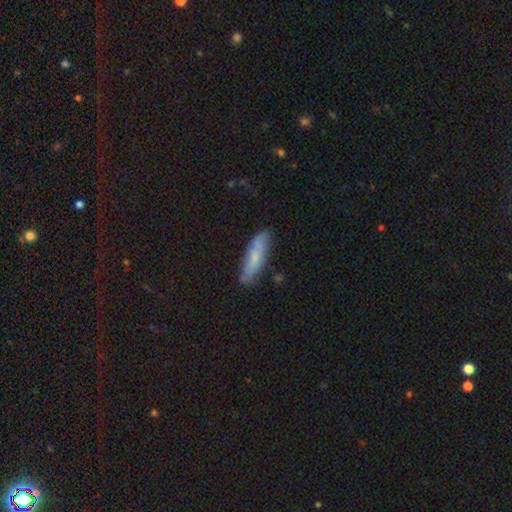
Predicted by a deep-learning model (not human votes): smooth_or_featured: smooth (p=0.61) [alt: featured or disk p=0.33]
how_rounded: cigar-shaped (p=0.67) [alt: in between p=0.31]
merging: none (p=0.72) [alt: minor disturbance p=0.21]